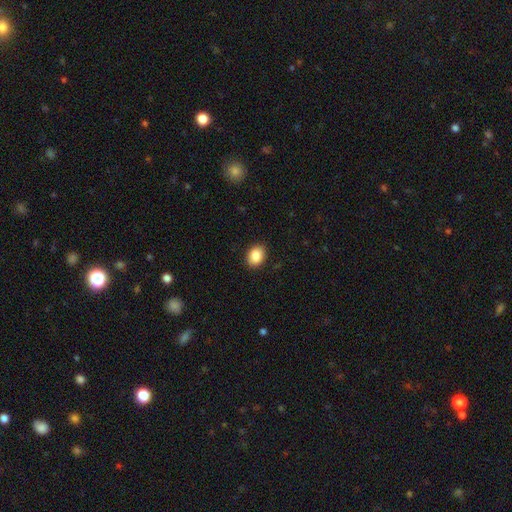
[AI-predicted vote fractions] Smooth or featured: smooth — 88% (star or artifact — 8%)
How rounded: in between — 65% (round — 34%)
Merging: none — 88% (minor disturbance — 9%)